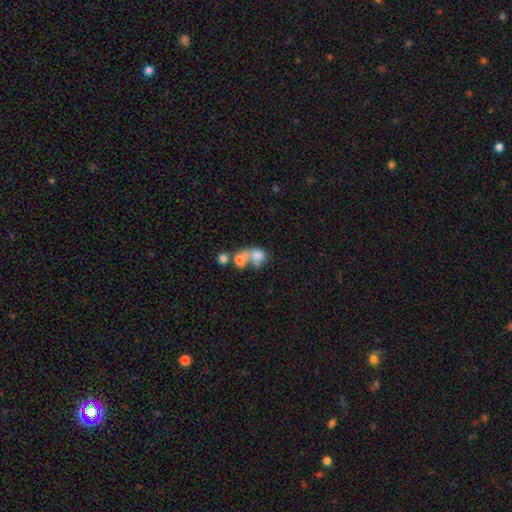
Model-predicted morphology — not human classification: smooth_or_featured: smooth (p=0.64) [alt: featured or disk p=0.25]
how_rounded: in between (p=0.49) [tied with: round p=0.49]
merging: merger (p=0.63) [alt: none p=0.17]